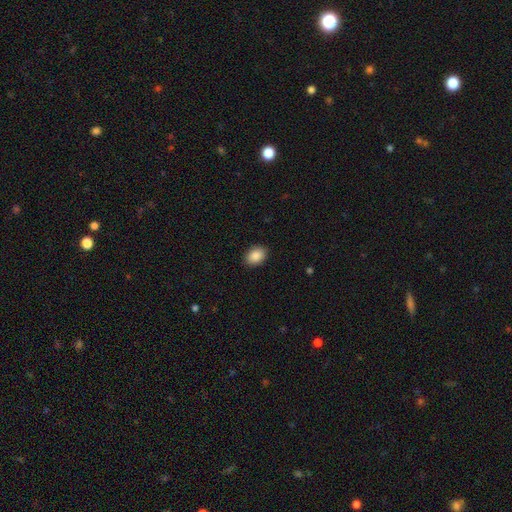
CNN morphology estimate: Smooth or featured?
  - smooth: 89% *
  - star or artifact: 8%
  - featured or disk: 4%
How rounded?
  - in between: 78% *
  - round: 21%
  - cigar-shaped: 1%
Merging?
  - none: 89% *
  - minor disturbance: 8%
  - major disturbance: 2%
  - merger: 1%